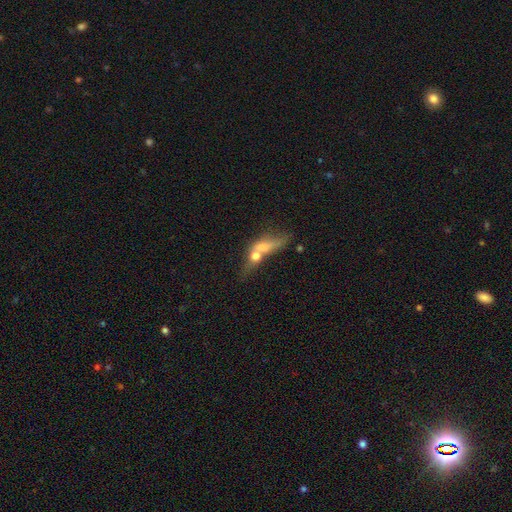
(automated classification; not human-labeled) The model was most divided on "how rounded": in between: 50%, cigar-shaped: 31%, round: 18%. More confident: smooth or featured — smooth (55%); merging — merger (54%).